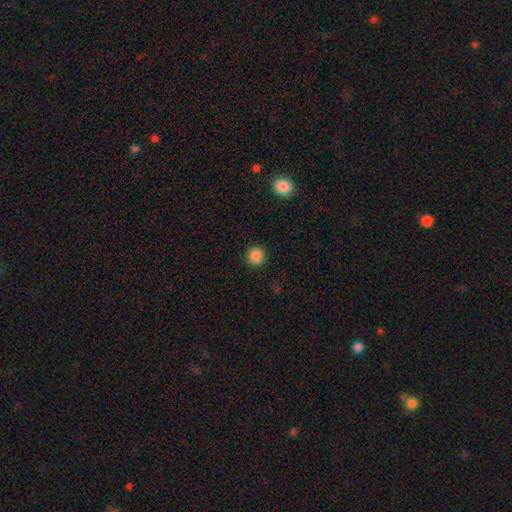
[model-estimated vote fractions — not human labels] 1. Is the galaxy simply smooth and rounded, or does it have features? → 86% smooth, 11% star or artifact, 3% featured or disk.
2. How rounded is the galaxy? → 93% round, 6% in between, 1% cigar-shaped.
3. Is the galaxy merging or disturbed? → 92% none, 5% minor disturbance, 2% major disturbance, 1% merger.